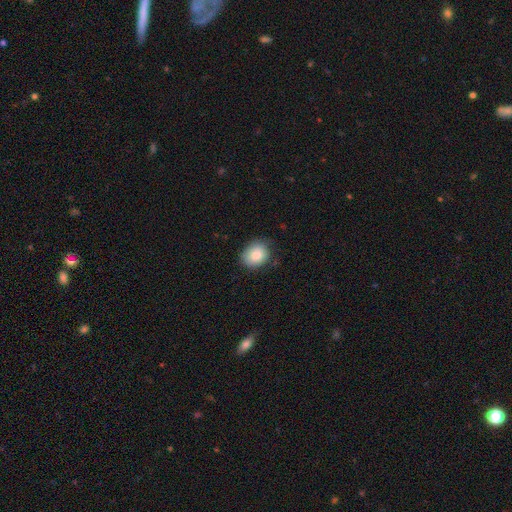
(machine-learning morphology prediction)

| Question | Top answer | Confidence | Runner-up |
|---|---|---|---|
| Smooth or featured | smooth | 86% | star or artifact (8%) |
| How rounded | round | 51% | in between (48%) |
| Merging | none | 76% | minor disturbance (19%) |